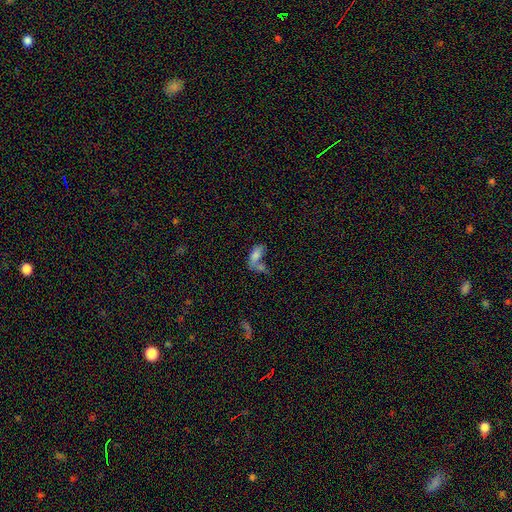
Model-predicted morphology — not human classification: Q: Smooth or featured?
A: smooth (66%); runner-up: featured or disk (21%)
Q: How rounded?
A: in between (86%); runner-up: cigar-shaped (8%)
Q: Merging?
A: merger (47%); runner-up: none (25%)